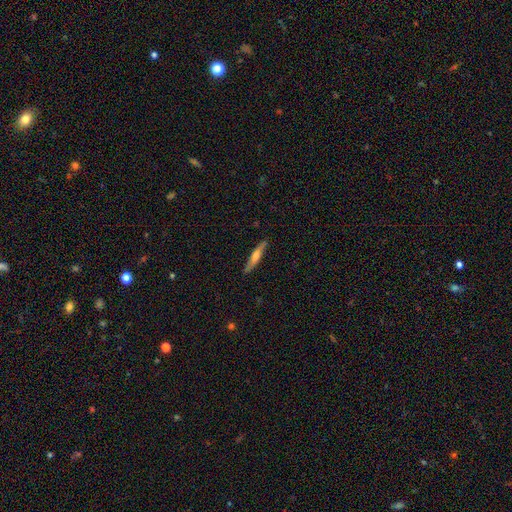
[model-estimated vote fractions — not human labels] This appears to be a smooth galaxy with no disk features (49%). Merging: none (85%).